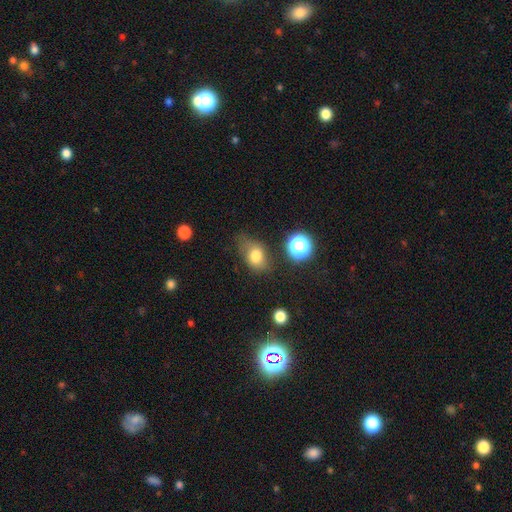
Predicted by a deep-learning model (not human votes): Smooth or featured?
  - smooth: 75% *
  - featured or disk: 13%
  - star or artifact: 12%
How rounded?
  - in between: 71% *
  - round: 27%
  - cigar-shaped: 2%
Merging?
  - none: 56% *
  - minor disturbance: 29%
  - major disturbance: 11%
  - merger: 4%